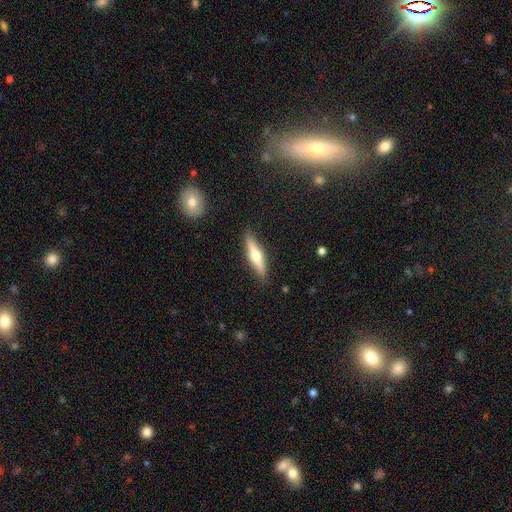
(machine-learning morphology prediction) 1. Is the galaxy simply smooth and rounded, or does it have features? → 56% featured or disk, 38% smooth, 6% star or artifact.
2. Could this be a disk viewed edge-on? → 95% yes, 5% no.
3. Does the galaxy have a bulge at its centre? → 92% rounded, 4% none, 3% boxy.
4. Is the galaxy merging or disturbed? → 89% none, 8% minor disturbance, 2% major disturbance, 1% merger.